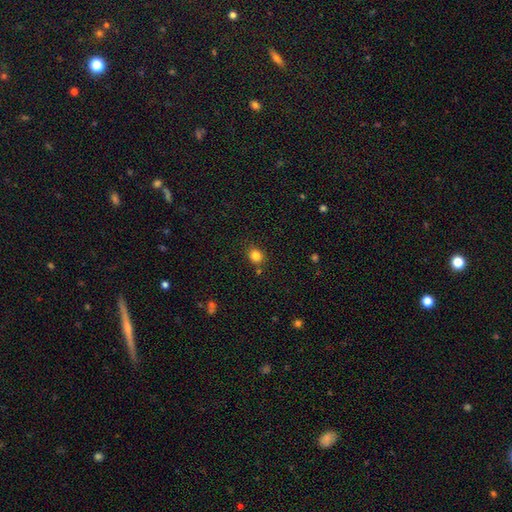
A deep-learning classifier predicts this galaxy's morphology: The model was most divided on "how rounded": round: 74%, in between: 25%, cigar-shaped: 1%. More confident: smooth or featured — smooth (83%); merging — none (82%).